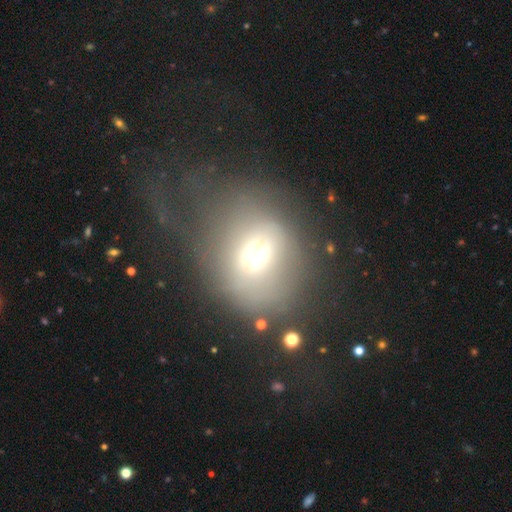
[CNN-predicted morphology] Smooth or featured: smooth — 54% (featured or disk — 30%)
How rounded: round — 64% (in between — 35%)
Merging: major disturbance — 49% (none — 27%)